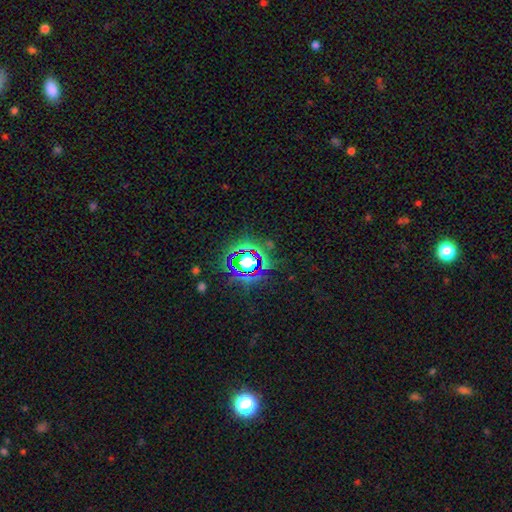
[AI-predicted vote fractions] Morphology: type=star or artifact (73%).